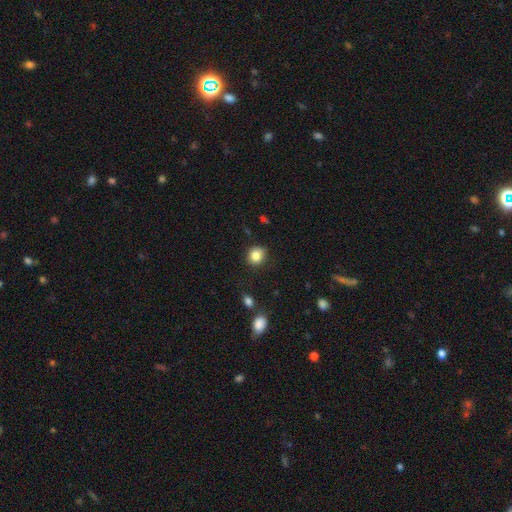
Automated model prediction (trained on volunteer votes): smooth-or-featured: smooth: 84% | star or artifact: 10% | featured or disk: 6%
  how-rounded: round: 77% | in between: 22% | cigar-shaped: 1%
  merging: none: 81% | minor disturbance: 14% | major disturbance: 3% | merger: 2%